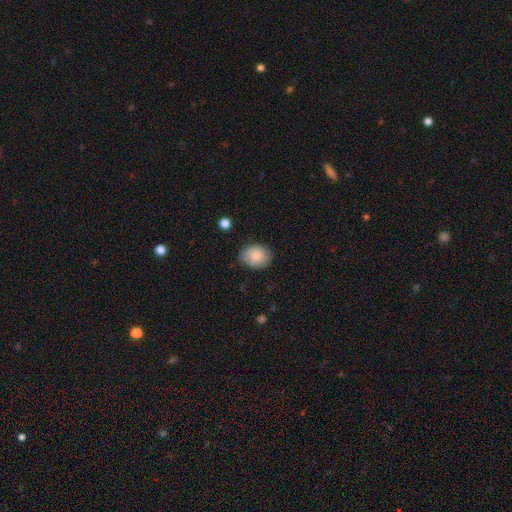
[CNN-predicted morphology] The model was most divided on "how rounded": in between: 53%, round: 46%, cigar-shaped: 1%. More confident: smooth or featured — smooth (84%); merging — none (77%).